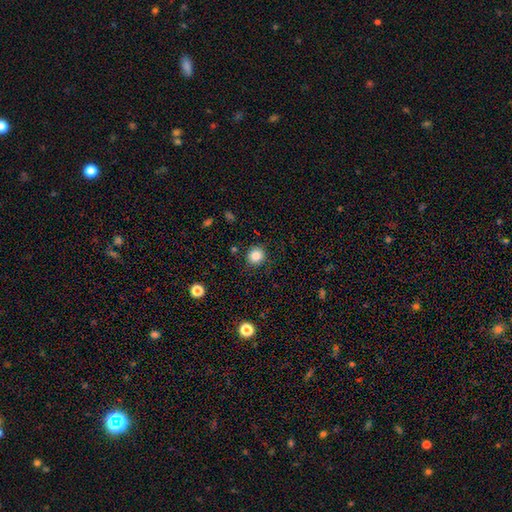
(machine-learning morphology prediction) smooth 84%, star or artifact 11%, featured or disk 5%. Down the decision tree: how rounded — round (86%); merging — none (87%).